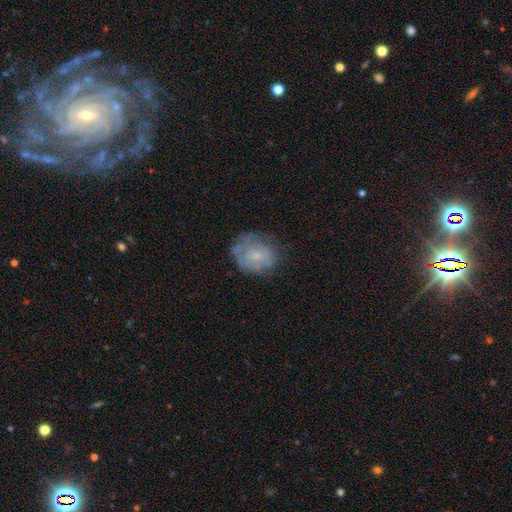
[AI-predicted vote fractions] A featured or disk galaxy (47%). Merging: none (60%).